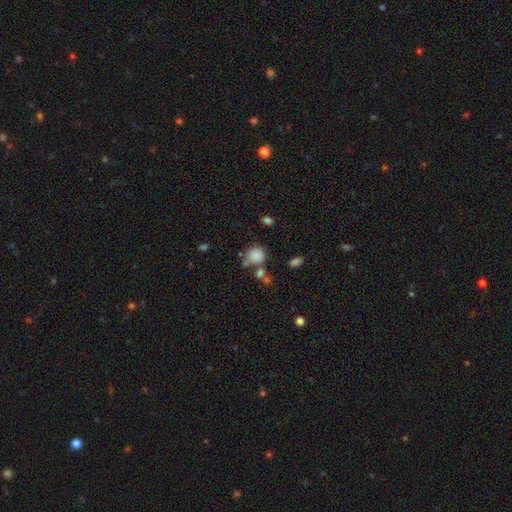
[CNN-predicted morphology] Smooth or featured: smooth — 83% (star or artifact — 11%)
How rounded: round — 81% (in between — 18%)
Merging: none — 58% (merger — 18%)